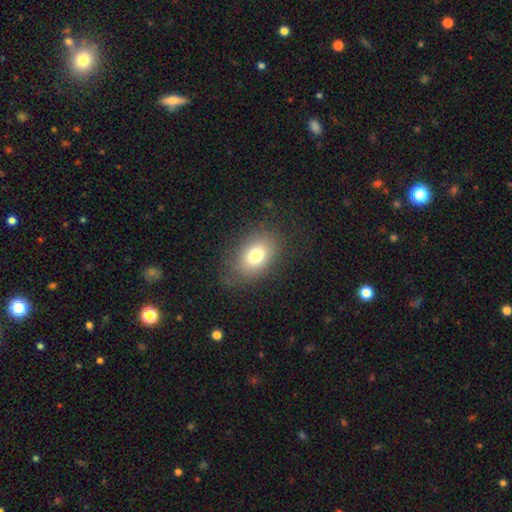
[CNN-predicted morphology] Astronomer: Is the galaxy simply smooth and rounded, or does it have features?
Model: smooth — 76%.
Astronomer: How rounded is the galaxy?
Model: in between — 77%.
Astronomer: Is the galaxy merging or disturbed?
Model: none — 76%.